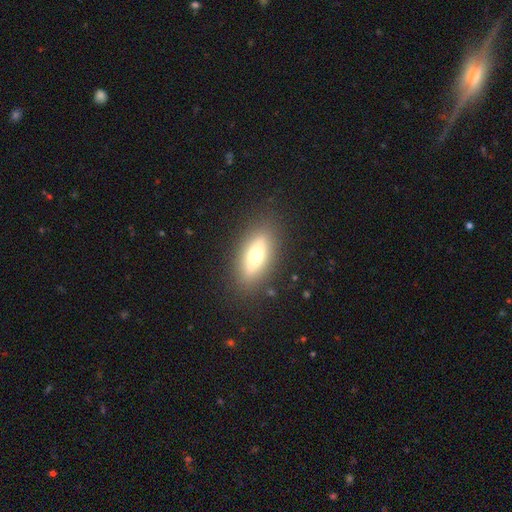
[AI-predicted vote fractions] This appears to be a smooth galaxy with no disk features (58%) that is in between round and cigar-shaped (70%). Merging: none (86%).